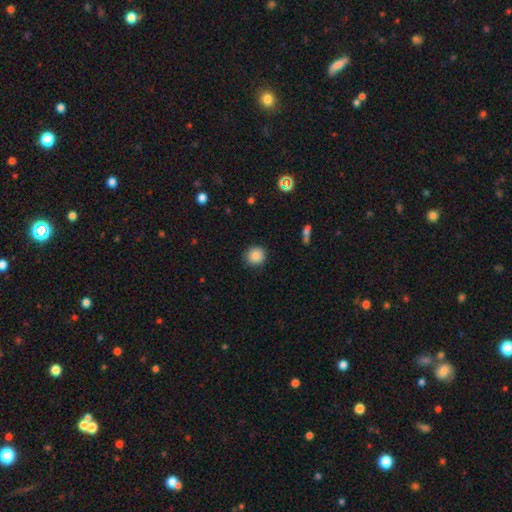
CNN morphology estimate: The model was most divided on "how rounded": round: 87%, in between: 12%, cigar-shaped: 1%. More confident: merging — none (88%); smooth or featured — smooth (86%).